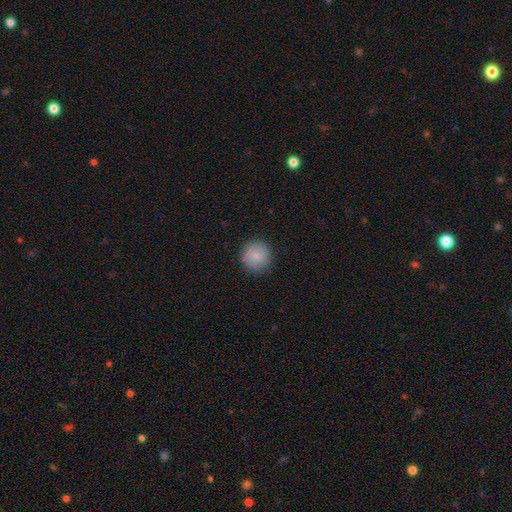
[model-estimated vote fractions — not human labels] The model was most divided on "smooth or featured": smooth: 82%, featured or disk: 10%, star or artifact: 8%. More confident: how rounded — round (93%); merging — none (86%).